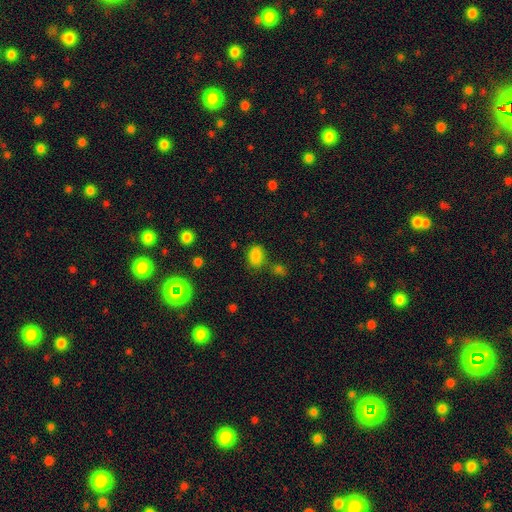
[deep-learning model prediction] The model was most divided on "merging": none: 69%, minor disturbance: 16%, merger: 10%, major disturbance: 5%. More confident: smooth or featured — smooth (83%); how rounded — in between (77%).